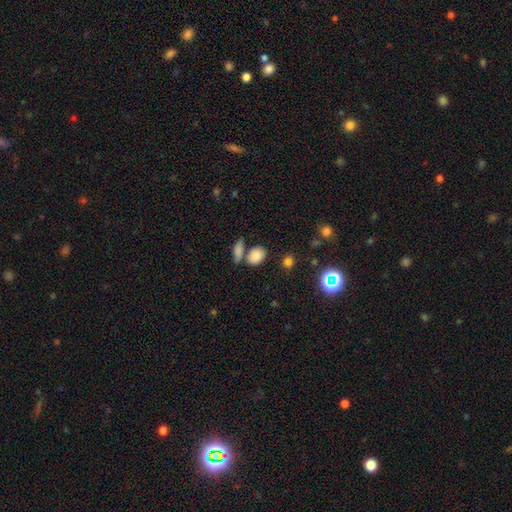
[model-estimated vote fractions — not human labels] The model was most divided on "how rounded": in between: 67%, round: 30%, cigar-shaped: 3%. More confident: smooth or featured — smooth (81%); merging — none (62%).